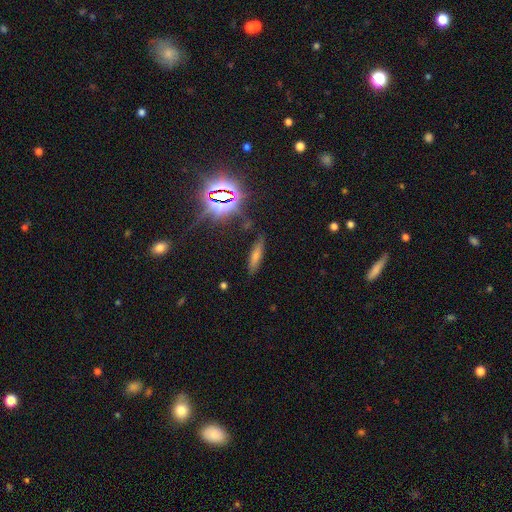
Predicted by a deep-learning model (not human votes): smooth-or-featured: smooth: 41% | star or artifact: 35% | featured or disk: 24%
  merging: none: 81% | minor disturbance: 13% | major disturbance: 4% | merger: 2%